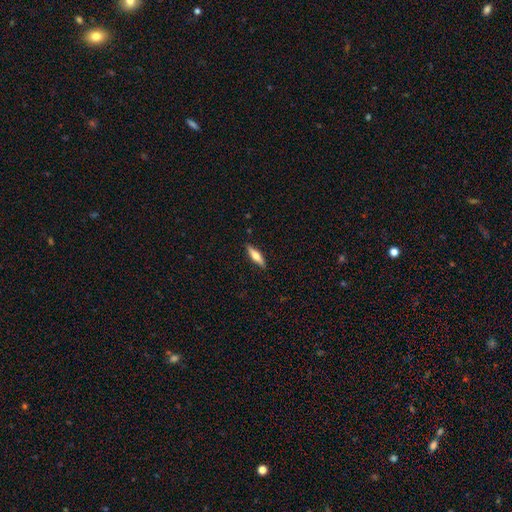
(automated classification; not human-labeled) Overall: featured or disk (50%; smooth 44%). Merging: none (89%).